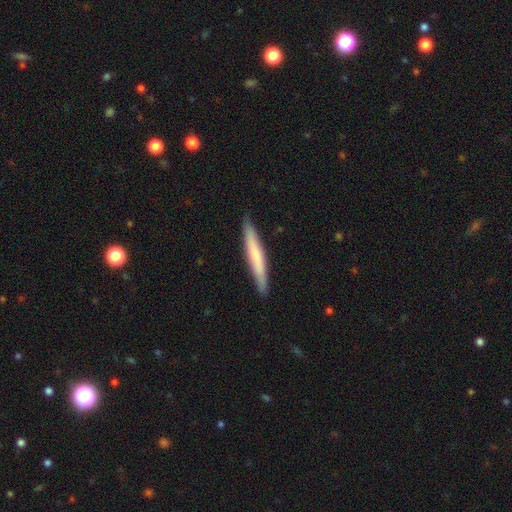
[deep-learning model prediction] Smooth or featured? smooth (63%)
How rounded? cigar-shaped (95%)
Merging? none (89%)